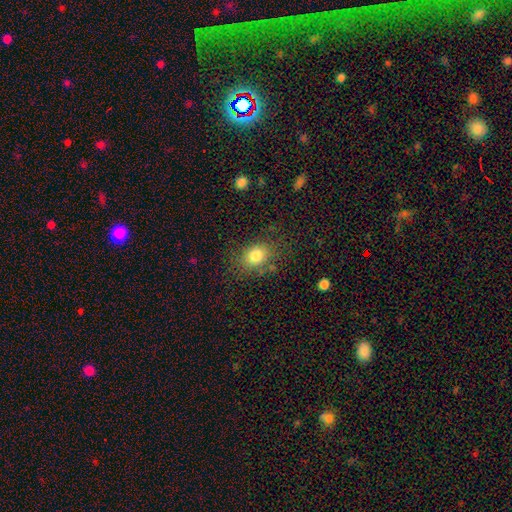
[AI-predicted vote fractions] Morphology: type=smooth (80%); roundness=in between (54%); merging=none (73%).